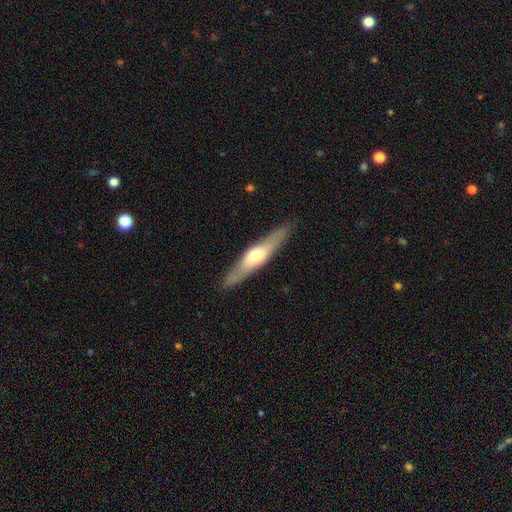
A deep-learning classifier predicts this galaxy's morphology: This appears to be a featured or disk galaxy (56%) viewed edge-on (86%). Merging: none (87%).